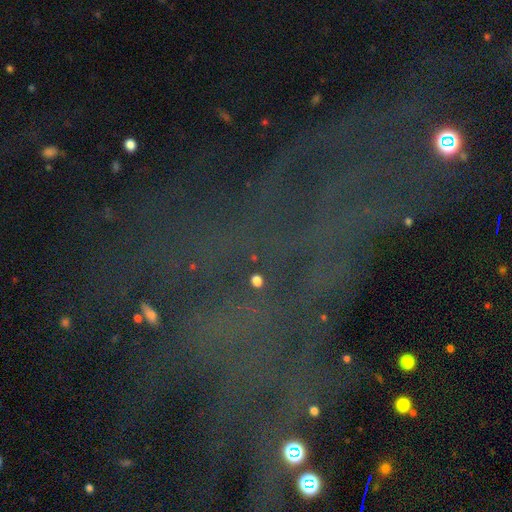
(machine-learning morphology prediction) Smooth or featured? star or artifact (69%)